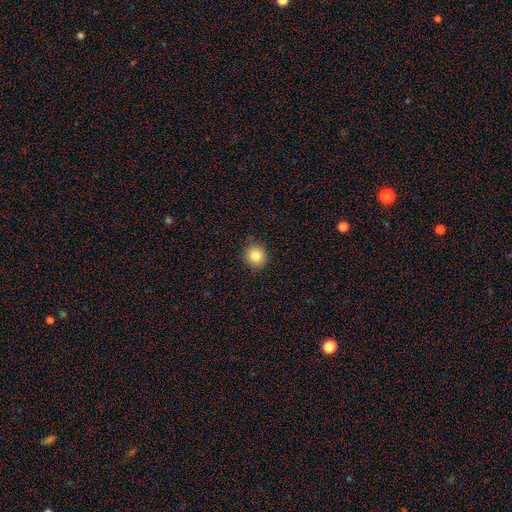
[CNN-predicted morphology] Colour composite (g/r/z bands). It shows a smooth galaxy with no disk features (82%) that is round (90%). Merging: none (86%).